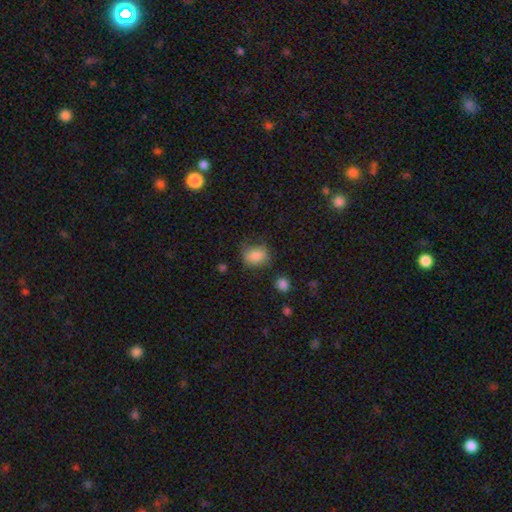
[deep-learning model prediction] smooth_or_featured: smooth (p=0.82) [alt: star or artifact p=0.10]
how_rounded: round (p=0.53) [alt: in between p=0.46]
merging: none (p=0.62) [alt: minor disturbance p=0.26]